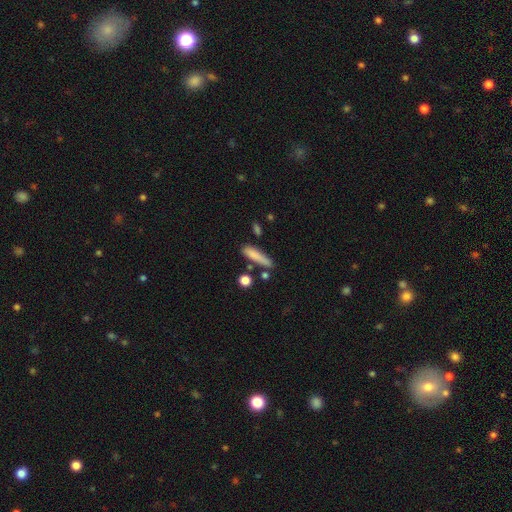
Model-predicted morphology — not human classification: This appears to be a smooth galaxy with no disk features (81%) that is cigar-shaped (77%). Merging: none (70%).